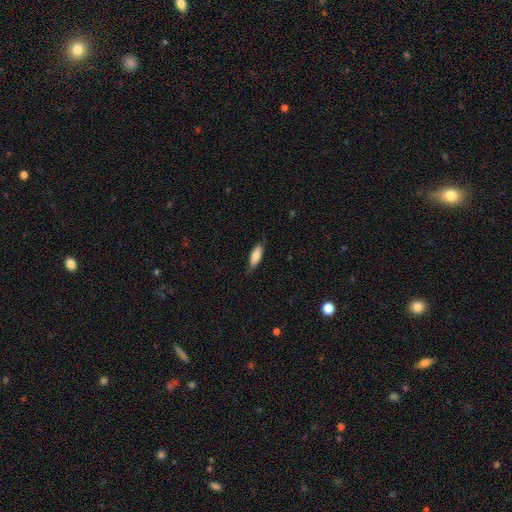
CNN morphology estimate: A smooth galaxy with no disk features (83%) that is in between round and cigar-shaped (69%). Merging: none (77%).